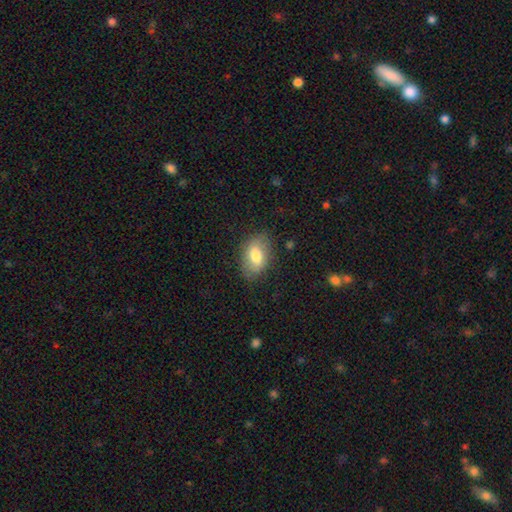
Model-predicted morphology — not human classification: Smooth or featured? smooth (71%)
How rounded? in between (87%)
Merging? none (78%)